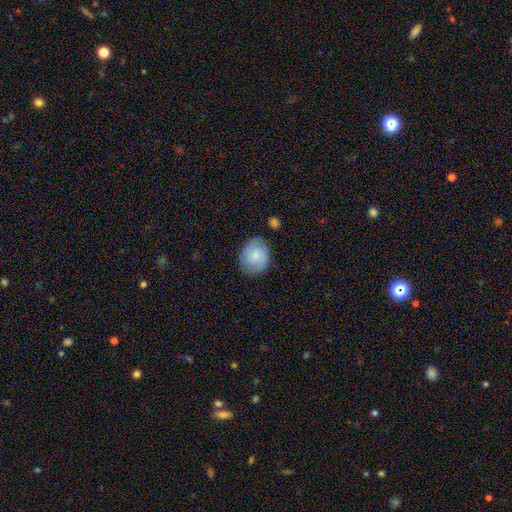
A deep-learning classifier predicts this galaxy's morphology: smooth-or-featured: smooth: 77% | featured or disk: 16% | star or artifact: 7%
  how-rounded: round: 61% | in between: 38% | cigar-shaped: 1%
  merging: none: 79% | minor disturbance: 15% | major disturbance: 3% | merger: 3%